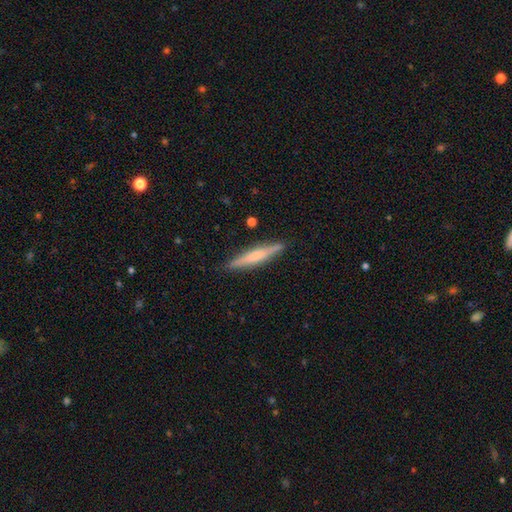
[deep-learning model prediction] This is possibly a featured or disk galaxy (48%). Merging: clearly none (89%).